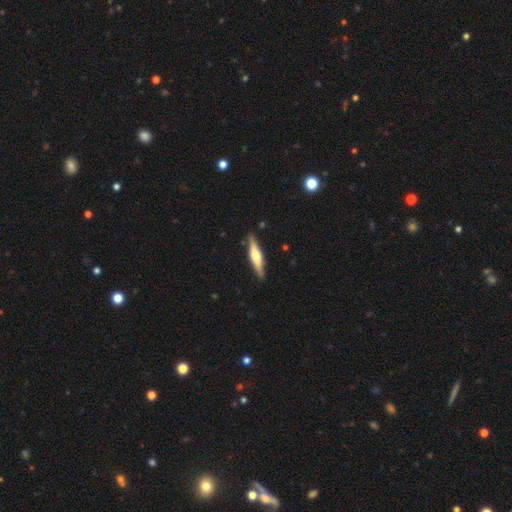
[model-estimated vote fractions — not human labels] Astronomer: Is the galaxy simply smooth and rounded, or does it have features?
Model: featured or disk — 59% (runner-up: smooth, 36%).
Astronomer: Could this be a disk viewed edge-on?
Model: yes — 96%.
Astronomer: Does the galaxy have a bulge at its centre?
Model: rounded — 80%.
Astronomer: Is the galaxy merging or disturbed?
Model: none — 88%.